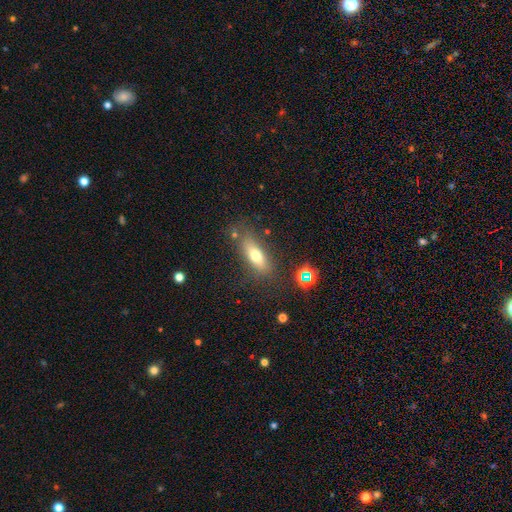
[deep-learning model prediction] This is likely a smooth galaxy (66%). How rounded: possibly in between (59%). Merging: likely none (74%).